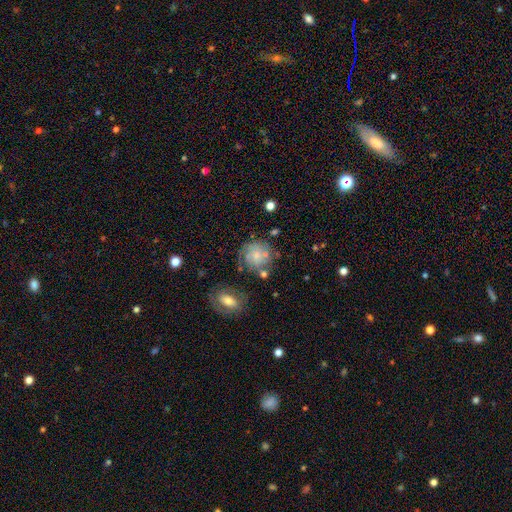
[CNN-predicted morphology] A featured or disk galaxy (46%).

Vote fractions:
- Smooth or featured? featured or disk: 46% / smooth: 44% / star or artifact: 10%
- Merging? none: 61% / minor disturbance: 20% / major disturbance: 11% / merger: 8%